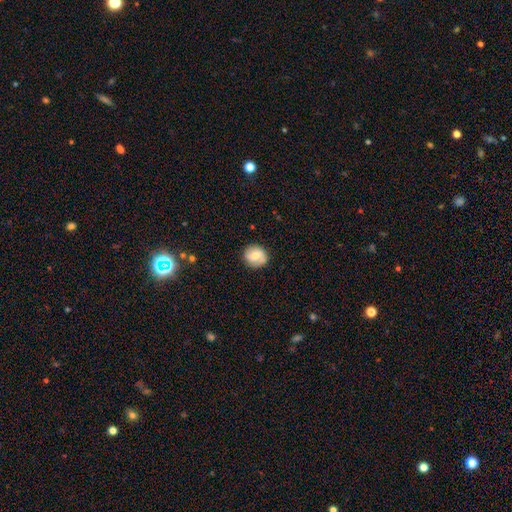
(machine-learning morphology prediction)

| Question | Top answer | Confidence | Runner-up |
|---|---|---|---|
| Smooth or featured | smooth | 64% | featured or disk (28%) |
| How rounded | round | 86% | in between (13%) |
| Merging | none | 81% | minor disturbance (14%) |